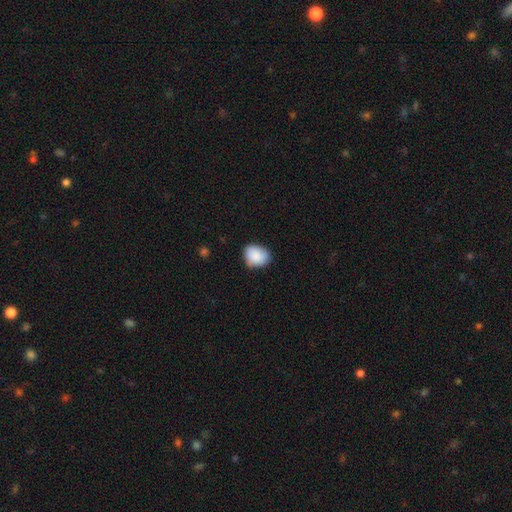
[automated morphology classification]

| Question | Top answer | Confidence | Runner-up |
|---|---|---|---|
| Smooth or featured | smooth | 87% | star or artifact (7%) |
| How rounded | in between | 54% | round (45%) |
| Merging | none | 73% | minor disturbance (22%) |